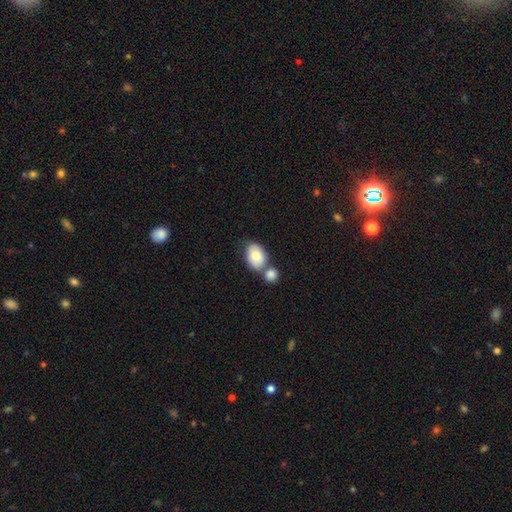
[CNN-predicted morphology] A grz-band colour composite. It shows a smooth galaxy with no disk features (74%) that is in between round and cigar-shaped (76%). Merging: none (45%).